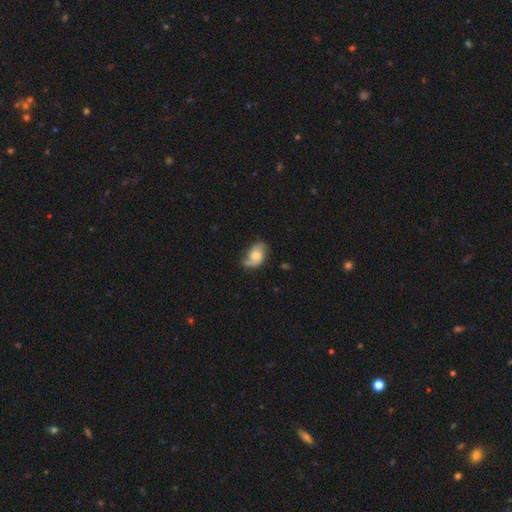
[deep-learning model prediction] The model was most divided on "spiral winding": loose: 43%, medium: 39%, tight: 18%. More confident: edge-on disk — no (97%); spiral arms — yes (91%); spiral arm count — 2 (83%); bar — no (69%); merging — none (64%); smooth or featured — featured or disk (62%); bulge size — moderate (55%).